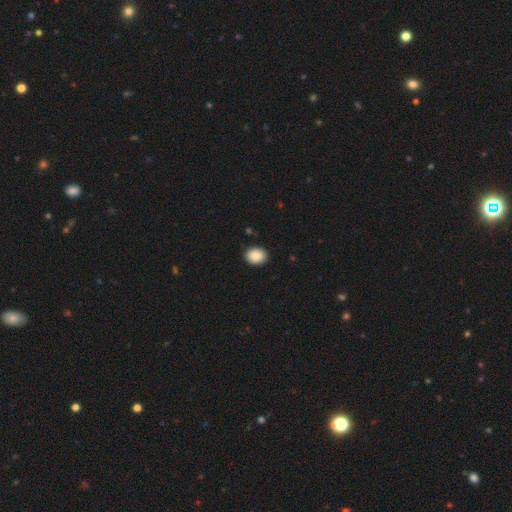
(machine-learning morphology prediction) A smooth galaxy with no disk features (89%) that is in between round and cigar-shaped (51%).

Vote fractions:
- Smooth or featured? smooth: 89% / star or artifact: 8% / featured or disk: 3%
- How rounded? in between: 51% / round: 49% / cigar-shaped: 1%
- Merging? none: 90% / minor disturbance: 7% / major disturbance: 2% / merger: 1%